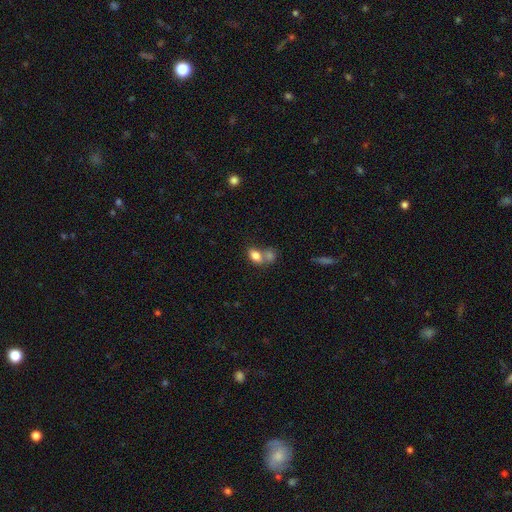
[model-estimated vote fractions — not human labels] This is likely a smooth galaxy (79%). How rounded: clearly in between (81%). Merging: possibly merger (49%).